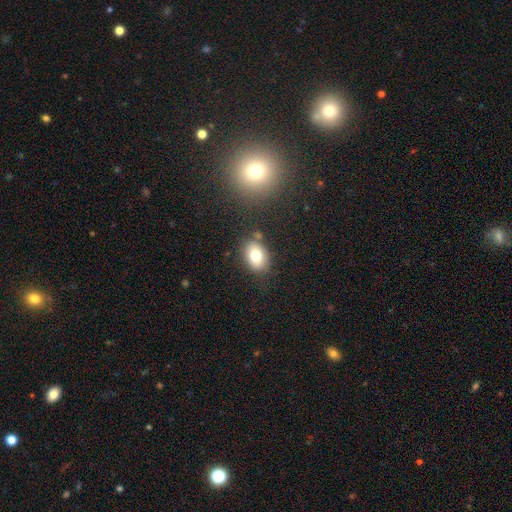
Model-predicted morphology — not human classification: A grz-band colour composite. It shows a smooth galaxy with no disk features (76%) that is in between round and cigar-shaped (73%). Merging: none (78%).